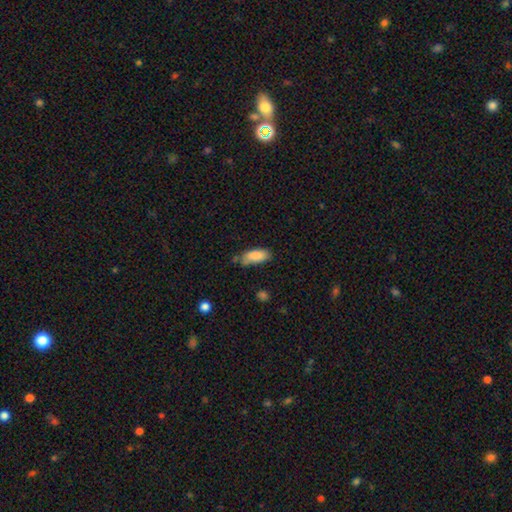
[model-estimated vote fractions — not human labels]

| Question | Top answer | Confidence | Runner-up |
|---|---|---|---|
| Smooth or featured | smooth | 85% | featured or disk (8%) |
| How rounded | in between | 80% | cigar-shaped (18%) |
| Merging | none | 57% | minor disturbance (30%) |